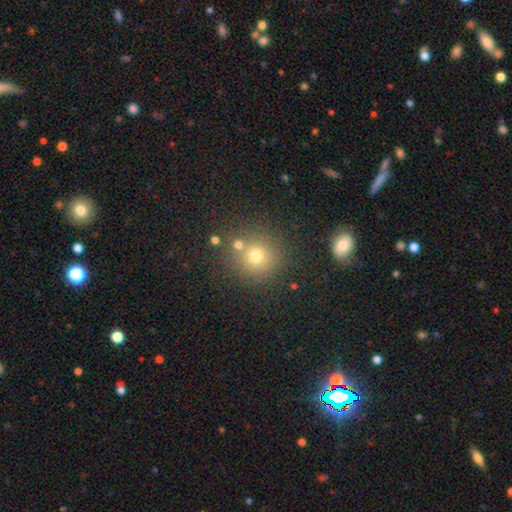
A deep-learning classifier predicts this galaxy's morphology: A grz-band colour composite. It shows a smooth galaxy with no disk features (71%) that is round (91%). Merging: none (74%).